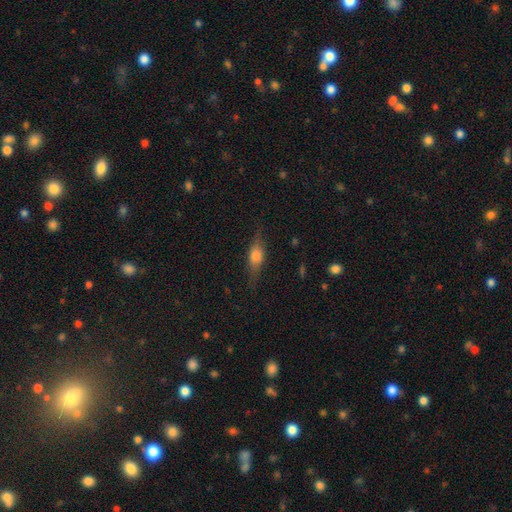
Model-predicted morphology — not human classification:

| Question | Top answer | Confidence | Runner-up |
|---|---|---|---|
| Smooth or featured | smooth | 50% | featured or disk (41%) |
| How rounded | in between | 57% | cigar-shaped (36%) |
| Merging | none | 76% | minor disturbance (17%) |